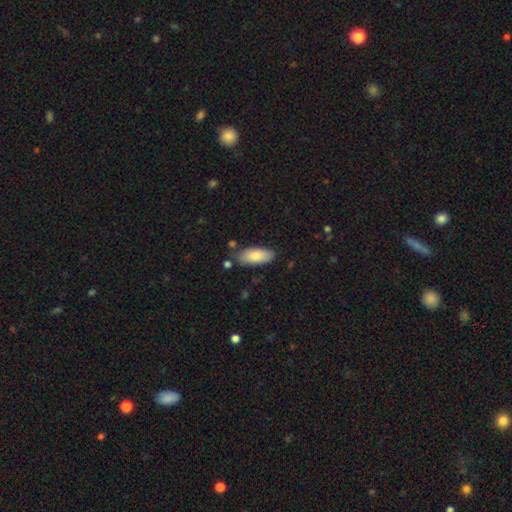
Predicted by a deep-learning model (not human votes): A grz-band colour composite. It shows a smooth galaxy with no disk features (83%) that is in between round and cigar-shaped (85%). Merging: none (79%).